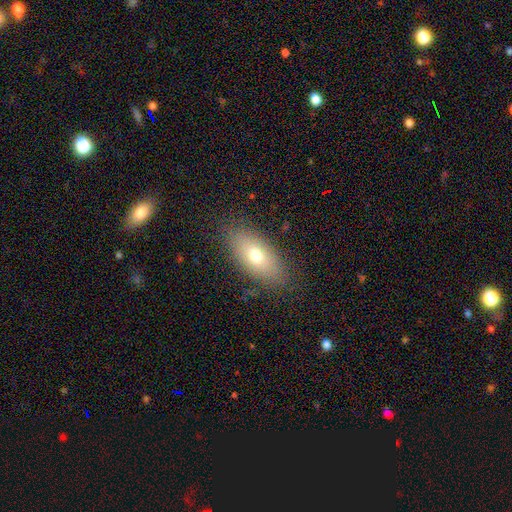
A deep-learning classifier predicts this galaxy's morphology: Smooth or featured? Predicted: smooth (p=0.67). How rounded? Predicted: in between (p=0.85). Merging? Predicted: none (p=0.83).